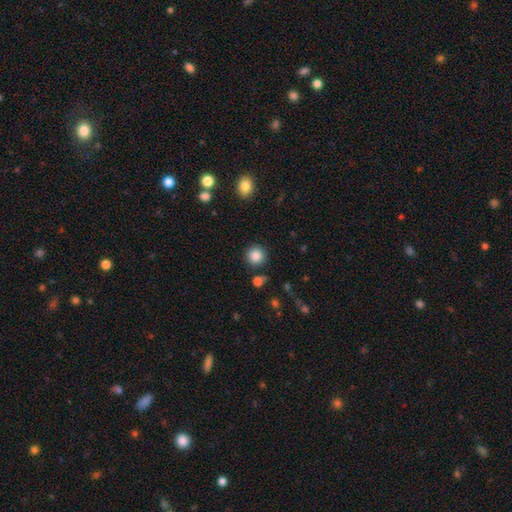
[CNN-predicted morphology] type=smooth (86%); roundness=round (94%); merging=none (87%).